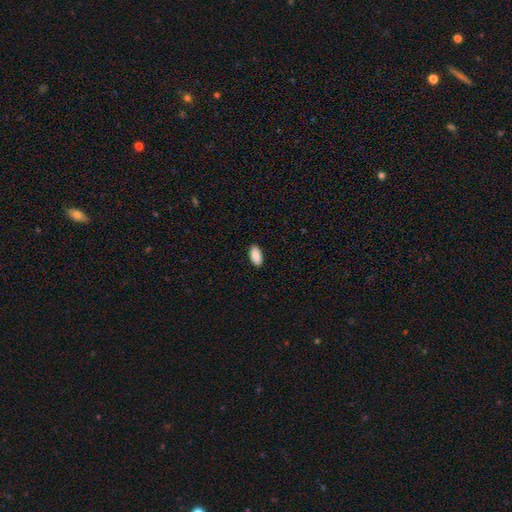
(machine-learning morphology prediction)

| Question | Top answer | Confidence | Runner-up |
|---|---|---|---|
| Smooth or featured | smooth | 90% | star or artifact (6%) |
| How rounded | in between | 91% | cigar-shaped (7%) |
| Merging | none | 90% | minor disturbance (7%) |